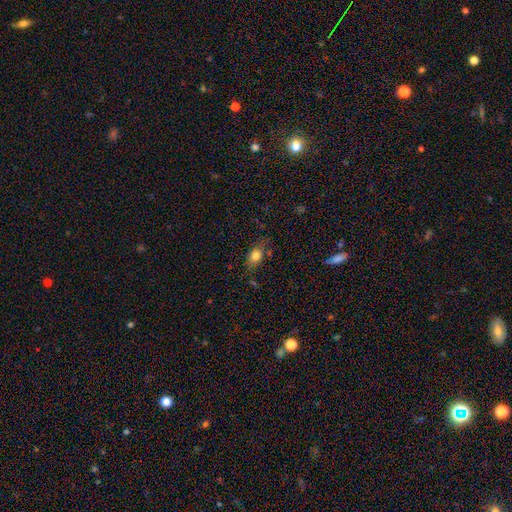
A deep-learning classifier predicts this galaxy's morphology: smooth-or-featured: smooth: 80% | star or artifact: 10% | featured or disk: 10%
  how-rounded: in between: 72% | round: 23% | cigar-shaped: 4%
  merging: none: 67% | minor disturbance: 23% | major disturbance: 6% | merger: 4%